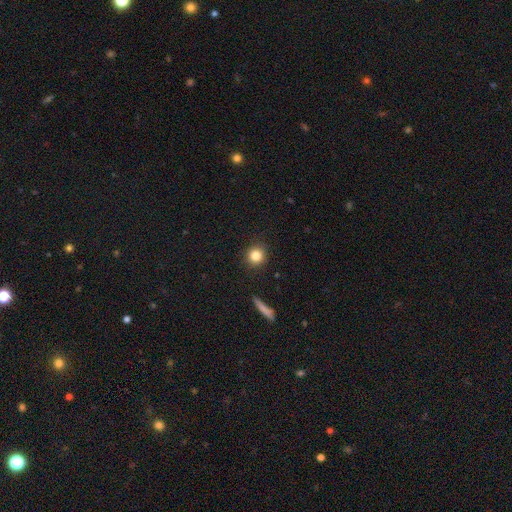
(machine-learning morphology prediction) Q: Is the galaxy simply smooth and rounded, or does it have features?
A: smooth — 83%.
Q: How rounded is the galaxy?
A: round — 90%.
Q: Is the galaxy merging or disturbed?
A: none — 90%.